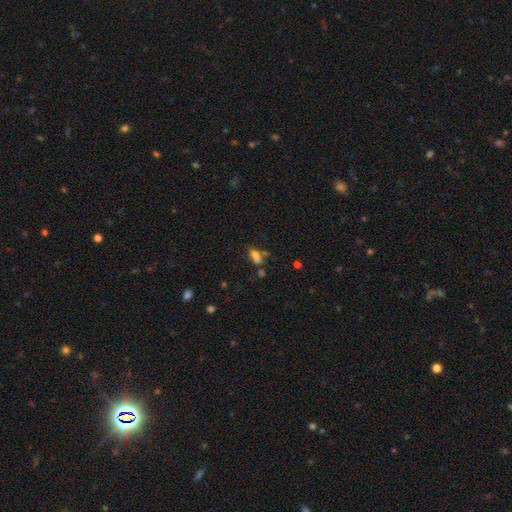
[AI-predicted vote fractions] A smooth galaxy with no disk features (69%) that is in between round and cigar-shaped (73%). Merging: none (44%).